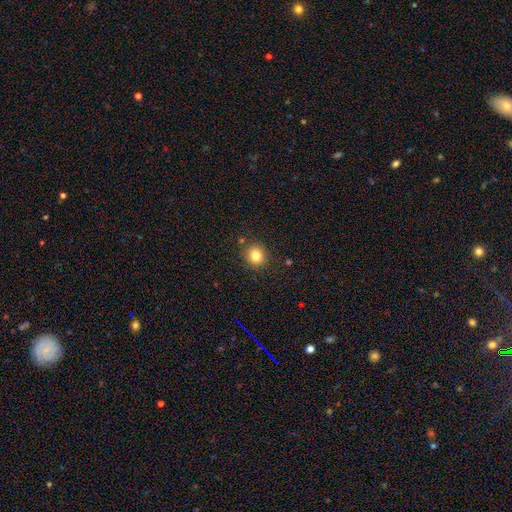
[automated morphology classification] This is clearly a smooth galaxy (81%). How rounded: clearly round (89%). Merging: clearly none (88%).